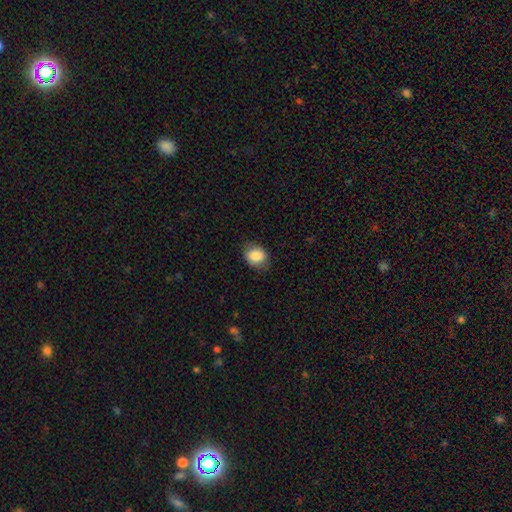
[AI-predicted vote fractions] This is clearly a smooth galaxy (86%). How rounded: possibly in between (54%). Merging: likely none (78%).